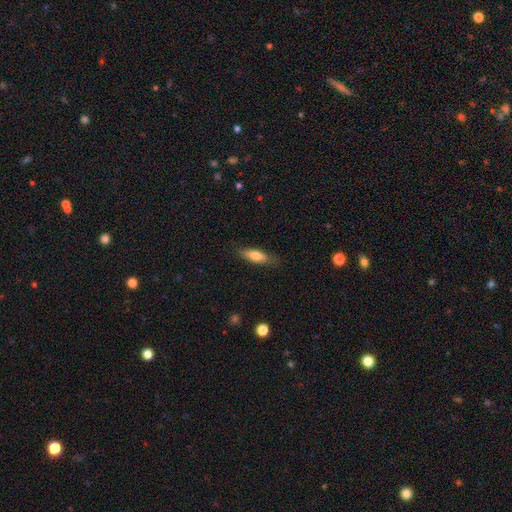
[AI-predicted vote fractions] A smooth galaxy with no disk features (70%) that is cigar-shaped (52%). Merging: none (82%).